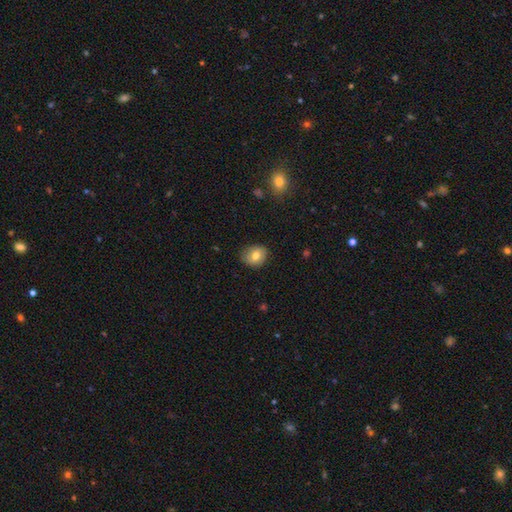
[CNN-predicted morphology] smooth_or_featured: smooth (p=0.75) [alt: featured or disk p=0.16]
how_rounded: round (p=0.57) [alt: in between p=0.42]
merging: none (p=0.79) [alt: minor disturbance p=0.17]